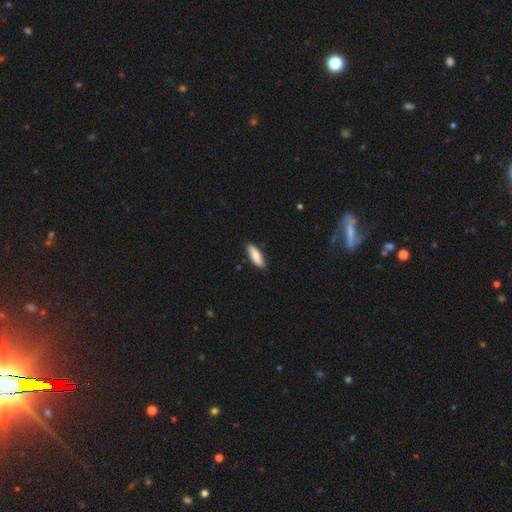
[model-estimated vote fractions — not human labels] Smooth or featured? Predicted: smooth (p=0.82). How rounded? Predicted: in between (p=0.55). Merging? Predicted: none (p=0.85).